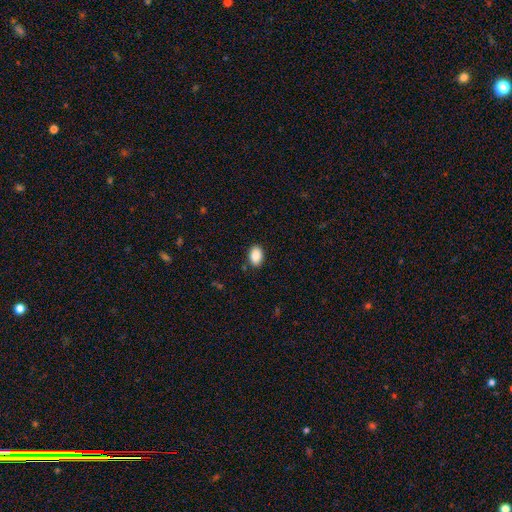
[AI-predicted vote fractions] This is clearly a smooth galaxy (88%). How rounded: clearly in between (85%). Merging: clearly none (88%).